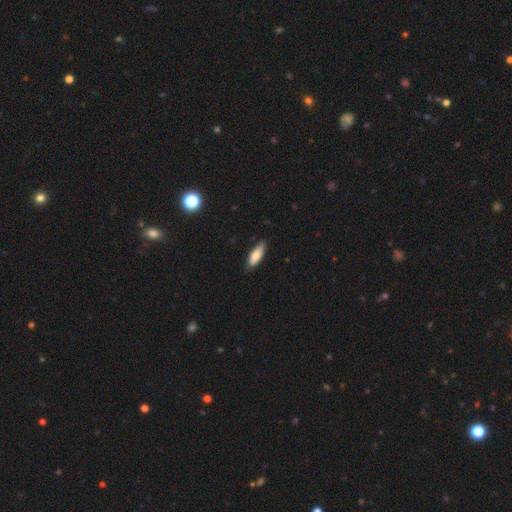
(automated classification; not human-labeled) smooth_or_featured: smooth (p=0.82) [alt: featured or disk p=0.12]
how_rounded: in between (p=0.58) [alt: cigar-shaped p=0.40]
merging: none (p=0.81) [alt: minor disturbance p=0.16]